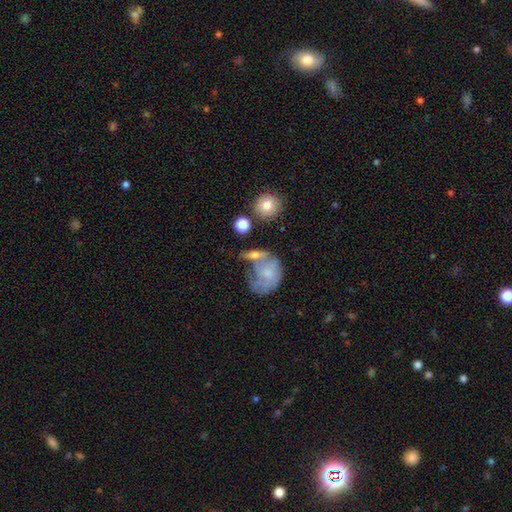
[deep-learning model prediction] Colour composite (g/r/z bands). It shows a smooth galaxy with no disk features (45%). Merging: none (28%).